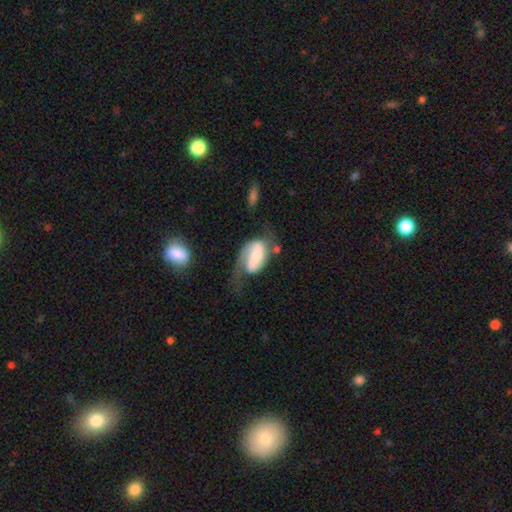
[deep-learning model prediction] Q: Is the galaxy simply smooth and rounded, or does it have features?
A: featured or disk — 62%.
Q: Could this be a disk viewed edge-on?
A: no — 96%.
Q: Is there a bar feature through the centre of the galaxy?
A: no — 40%.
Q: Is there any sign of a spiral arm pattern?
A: yes — 85%.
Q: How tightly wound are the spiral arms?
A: loose — 40%.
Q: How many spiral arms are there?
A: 2 — 52%.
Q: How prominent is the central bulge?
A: small — 29%.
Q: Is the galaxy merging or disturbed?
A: major disturbance — 43%.